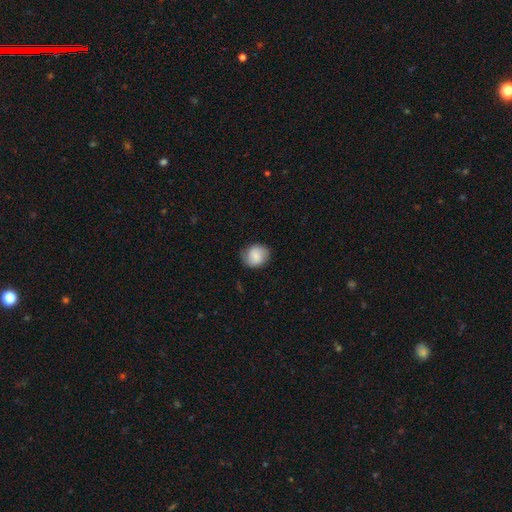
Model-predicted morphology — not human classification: smooth_or_featured: smooth (p=0.74) [alt: featured or disk p=0.19]
how_rounded: round (p=0.68) [alt: in between p=0.31]
merging: none (p=0.74) [alt: minor disturbance p=0.20]